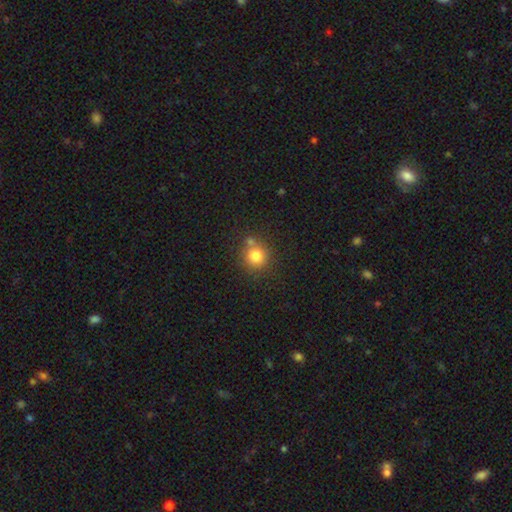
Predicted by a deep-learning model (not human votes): This appears to be a smooth galaxy with no disk features (80%) that is round (91%). Merging: none (67%).